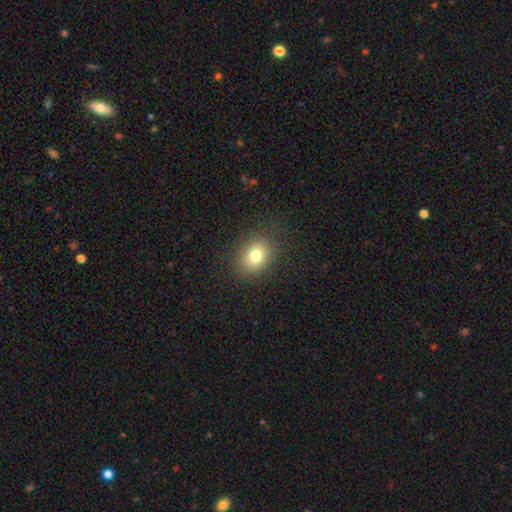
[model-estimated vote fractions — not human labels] Smooth or featured? smooth (78%)
How rounded? in between (50%)
Merging? none (85%)